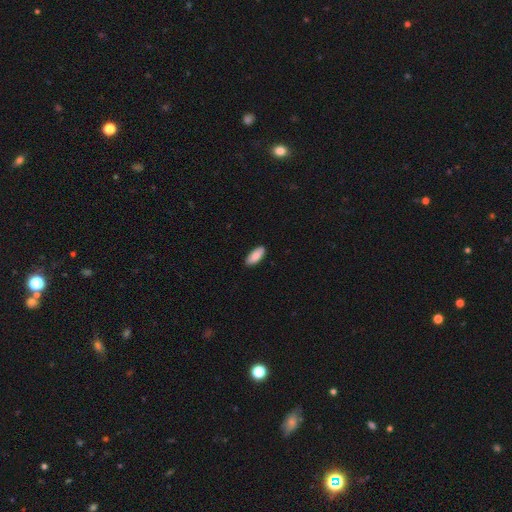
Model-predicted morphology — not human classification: type=smooth (88%); roundness=in between (84%); merging=none (89%).